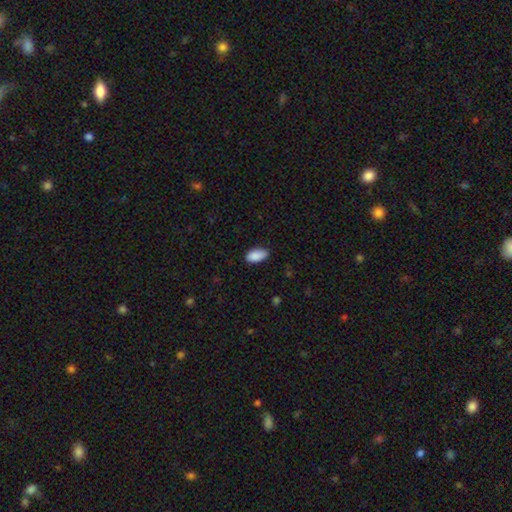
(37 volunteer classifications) Smooth or featured? smooth (92%)
How rounded? in between (97%)
Merging? none (67%)